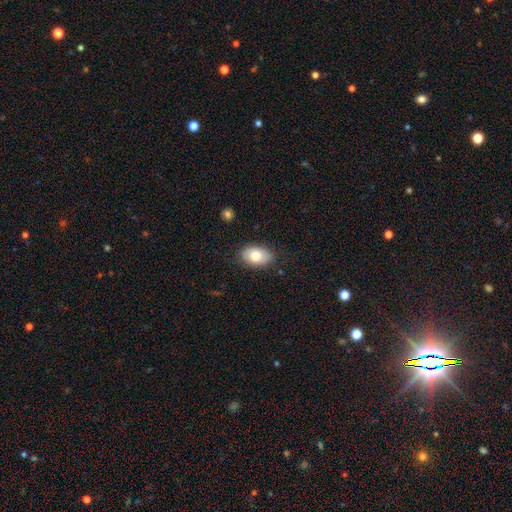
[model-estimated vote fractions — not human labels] smooth-or-featured: smooth: 75% | featured or disk: 18% | star or artifact: 7%
  how-rounded: in between: 89% | round: 10% | cigar-shaped: 1%
  merging: none: 82% | minor disturbance: 14% | major disturbance: 3% | merger: 1%